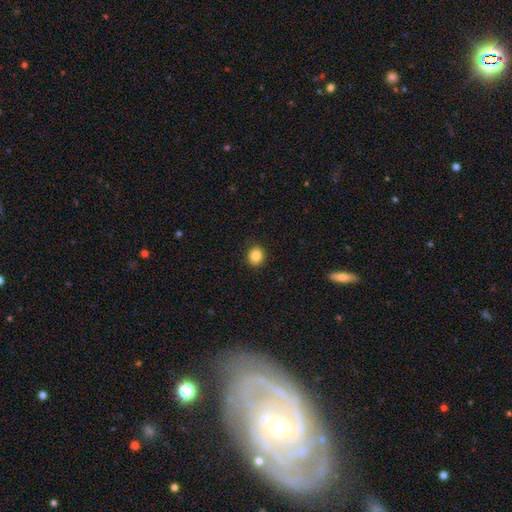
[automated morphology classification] Q: Smooth or featured?
A: smooth (86%); runner-up: star or artifact (10%)
Q: How rounded?
A: round (78%); runner-up: in between (21%)
Q: Merging?
A: none (91%); runner-up: minor disturbance (6%)